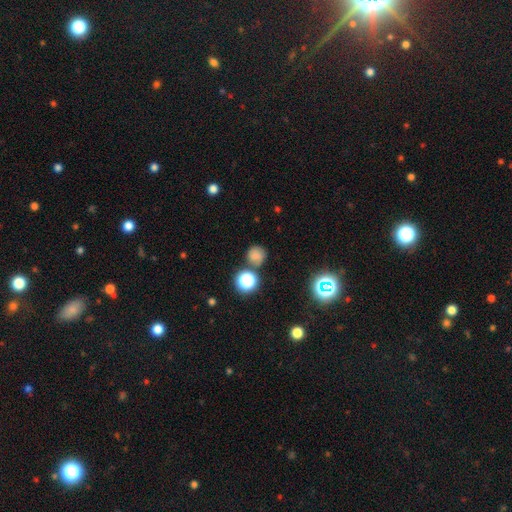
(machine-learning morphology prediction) Overall: smooth (69%). How rounded: round (89%). Merging: none (70%).